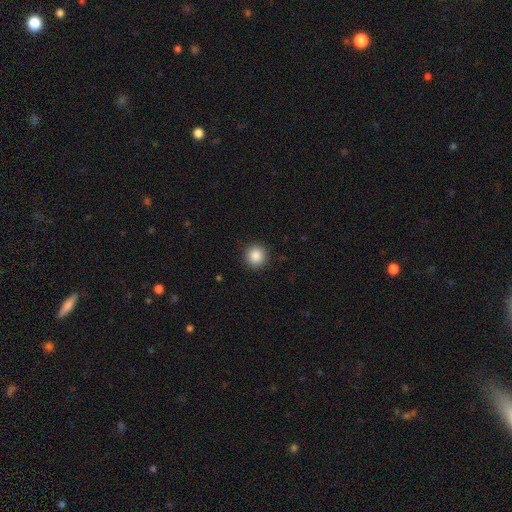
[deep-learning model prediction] Smooth or featured? Predicted: smooth (p=0.88). How rounded? Predicted: round (p=0.94). Merging? Predicted: none (p=0.91).